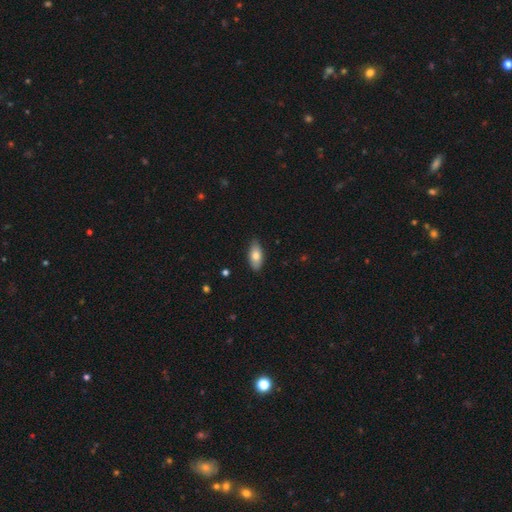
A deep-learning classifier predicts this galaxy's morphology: The model was most divided on "smooth or featured": smooth: 77%, featured or disk: 17%, star or artifact: 6%. More confident: how rounded — in between (88%); merging — none (87%).